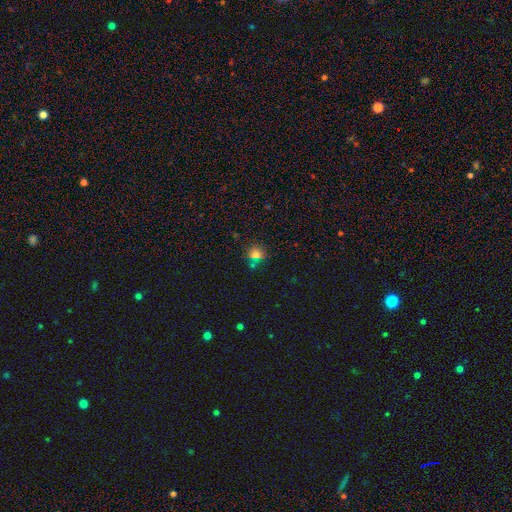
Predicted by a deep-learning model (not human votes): Morphology: type=smooth (72%); roundness=round (83%); merging=none (71%).